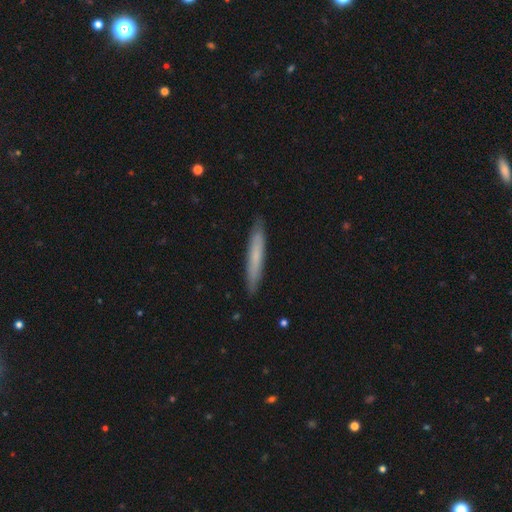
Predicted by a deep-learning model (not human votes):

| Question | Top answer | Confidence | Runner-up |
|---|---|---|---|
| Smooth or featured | smooth | 63% | featured or disk (31%) |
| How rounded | cigar-shaped | 94% | in between (4%) |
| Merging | none | 89% | minor disturbance (8%) |